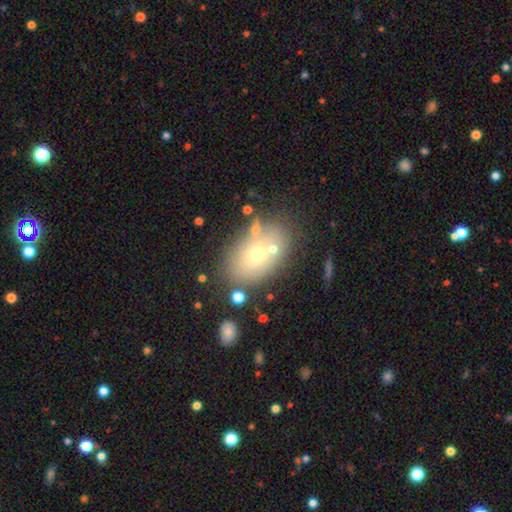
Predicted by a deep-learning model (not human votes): This appears to be a smooth galaxy with no disk features (62%) that is in between round and cigar-shaped (80%). Merging: none (66%).